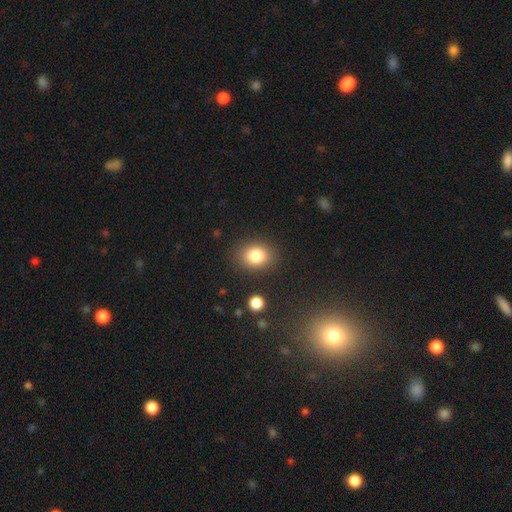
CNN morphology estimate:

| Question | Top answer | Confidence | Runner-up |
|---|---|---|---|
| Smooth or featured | smooth | 83% | star or artifact (10%) |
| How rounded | round | 52% | in between (47%) |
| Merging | none | 86% | minor disturbance (9%) |